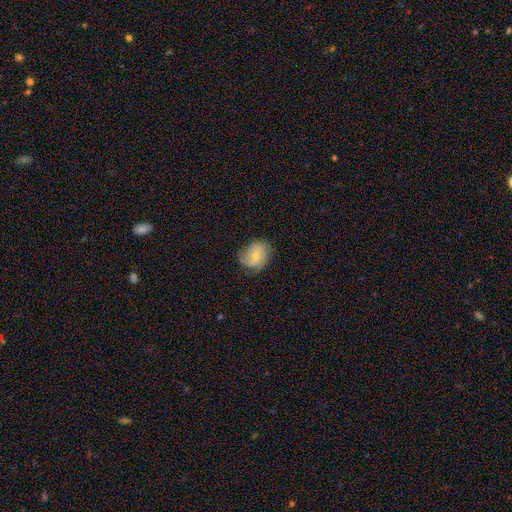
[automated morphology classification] This is possibly a featured or disk galaxy (58%). It is clearly not viewed edge-on (97%). Bar: likely no (66%). Spiral arm pattern: clearly yes (86%). Central bulge: possibly moderate (51%). Merging: likely none (64%).